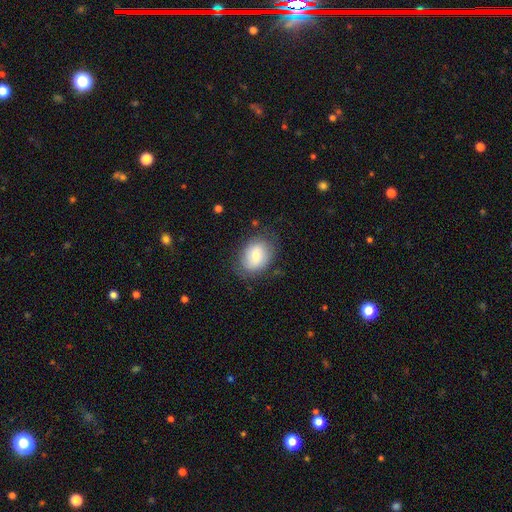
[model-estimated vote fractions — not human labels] smooth-or-featured: smooth: 68% | featured or disk: 24% | star or artifact: 8%
  how-rounded: in between: 64% | round: 35% | cigar-shaped: 1%
  merging: none: 73% | minor disturbance: 19% | major disturbance: 6% | merger: 1%